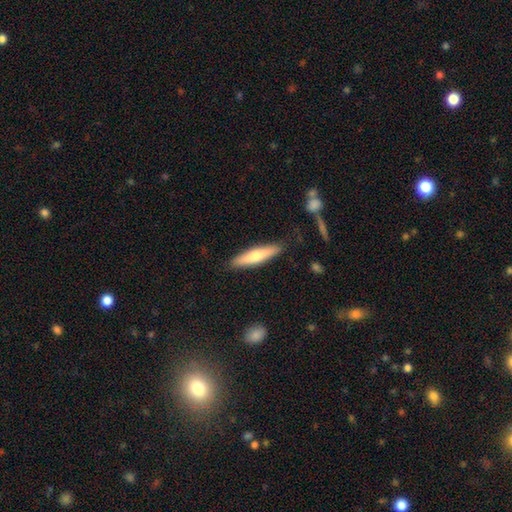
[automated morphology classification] Smooth or featured? Predicted: smooth (p=0.60). How rounded? Predicted: cigar-shaped (p=0.82). Merging? Predicted: none (p=0.87).